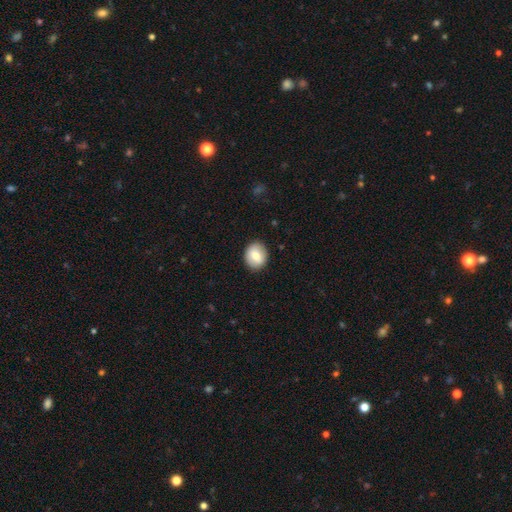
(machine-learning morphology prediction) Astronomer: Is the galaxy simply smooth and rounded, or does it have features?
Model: smooth — 73%.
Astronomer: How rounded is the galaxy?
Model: round — 65%.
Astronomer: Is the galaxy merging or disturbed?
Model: none — 88%.